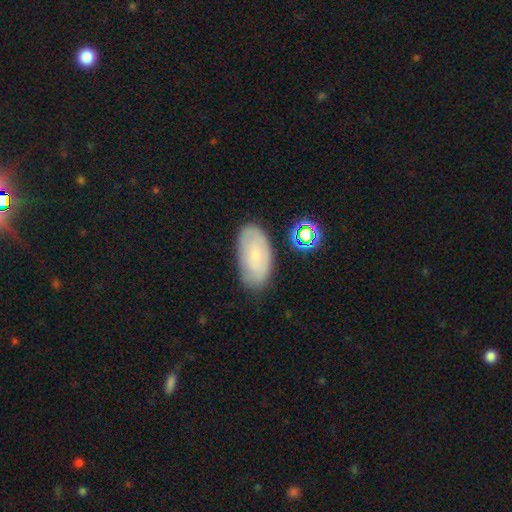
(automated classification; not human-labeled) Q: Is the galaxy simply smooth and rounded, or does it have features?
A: smooth — 53%.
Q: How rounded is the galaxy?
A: in between — 93%.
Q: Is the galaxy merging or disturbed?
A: none — 75%.